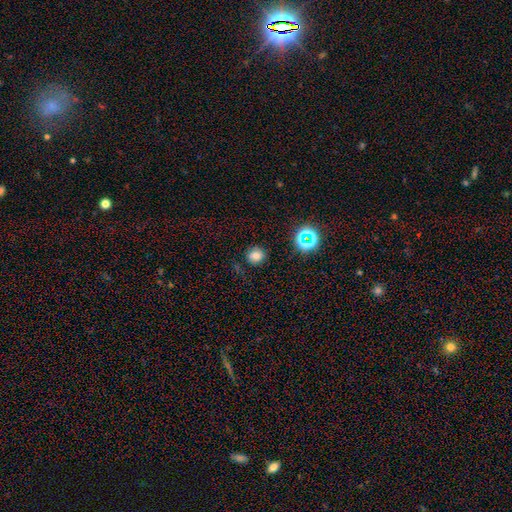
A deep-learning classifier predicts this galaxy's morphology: Q: Smooth or featured?
A: smooth (75%); runner-up: star or artifact (18%)
Q: How rounded?
A: round (85%); runner-up: in between (14%)
Q: Merging?
A: none (83%); runner-up: minor disturbance (12%)